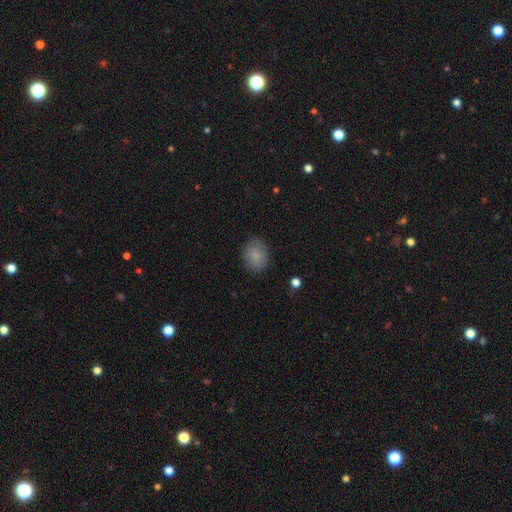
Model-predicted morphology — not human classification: This is clearly a smooth galaxy (85%). How rounded: possibly in between (56%). Merging: clearly none (85%).